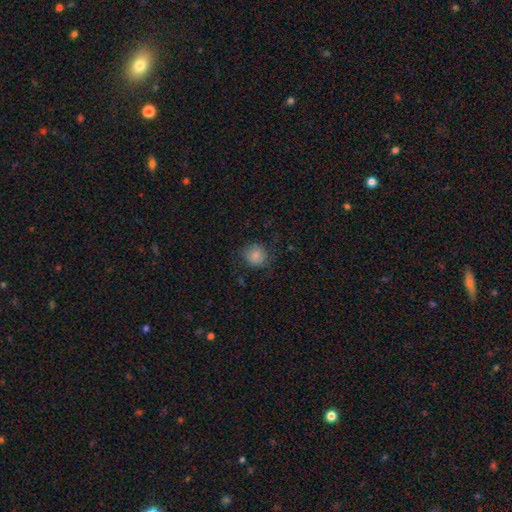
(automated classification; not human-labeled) Smooth or featured: smooth — 85% (star or artifact — 9%)
How rounded: round — 89% (in between — 10%)
Merging: none — 80% (minor disturbance — 13%)